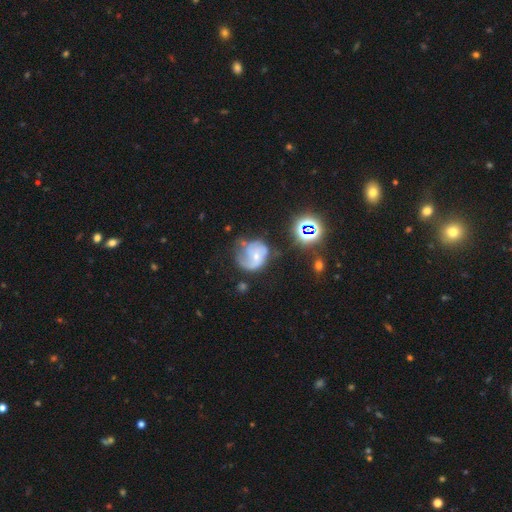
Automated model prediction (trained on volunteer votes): smooth_or_featured: featured or disk (p=0.66) [alt: smooth p=0.23]
disk_edge_on: no (p=0.98) [alt: yes p=0.02]
bar: no (p=0.69) [alt: weak p=0.26]
has_spiral_arms: yes (p=0.85) [alt: no p=0.15]
spiral_winding: medium (p=0.41) [alt: tight p=0.32]
spiral_arm_count: 2 (p=0.38) [alt: 1 p=0.27]
bulge_size: small (p=0.62) [alt: moderate p=0.29]
merging: none (p=0.38) [alt: minor disturbance p=0.28]